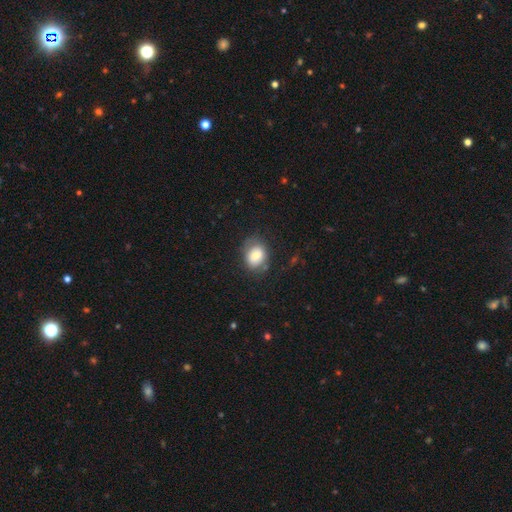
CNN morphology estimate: A smooth galaxy with no disk features (74%) that is in between round and cigar-shaped (54%).

Vote fractions:
- Smooth or featured? smooth: 74% / featured or disk: 18% / star or artifact: 9%
- How rounded? in between: 54% / round: 45% / cigar-shaped: 1%
- Merging? none: 69% / minor disturbance: 20% / major disturbance: 9% / merger: 2%